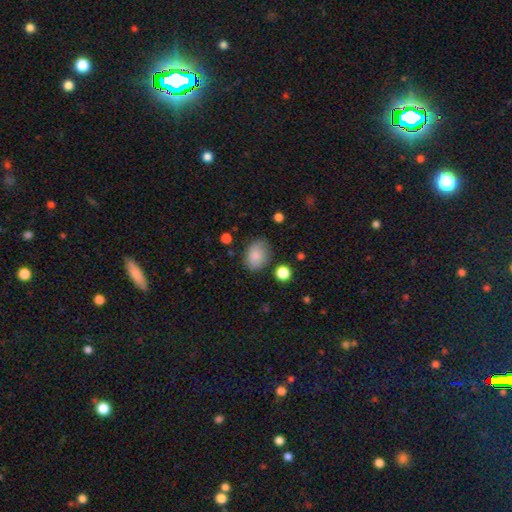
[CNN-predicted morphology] Smooth or featured? Predicted: smooth (p=0.85). How rounded? Predicted: in between (p=0.78). Merging? Predicted: none (p=0.77).